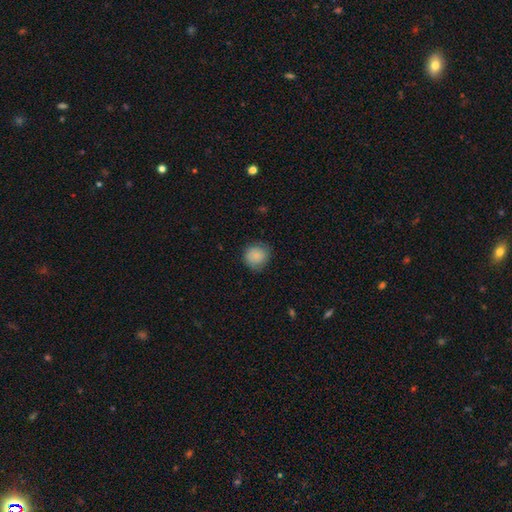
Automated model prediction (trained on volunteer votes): Q: Smooth or featured?
A: smooth (85%); runner-up: star or artifact (8%)
Q: How rounded?
A: round (90%); runner-up: in between (9%)
Q: Merging?
A: none (81%); runner-up: minor disturbance (15%)